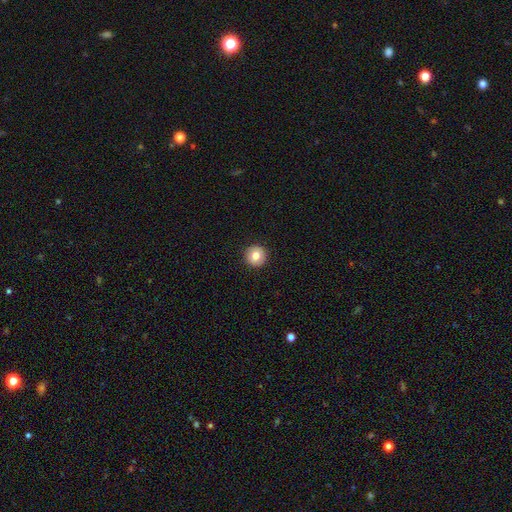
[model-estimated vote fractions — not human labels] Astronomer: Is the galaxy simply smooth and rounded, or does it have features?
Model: smooth — 81%.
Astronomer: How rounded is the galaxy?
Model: round — 96%.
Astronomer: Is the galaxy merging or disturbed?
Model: none — 93%.